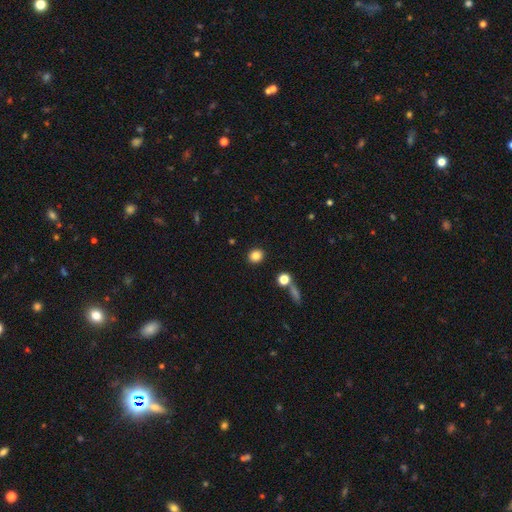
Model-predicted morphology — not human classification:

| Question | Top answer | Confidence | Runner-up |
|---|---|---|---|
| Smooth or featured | smooth | 84% | star or artifact (11%) |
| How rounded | round | 78% | in between (21%) |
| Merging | none | 88% | minor disturbance (7%) |